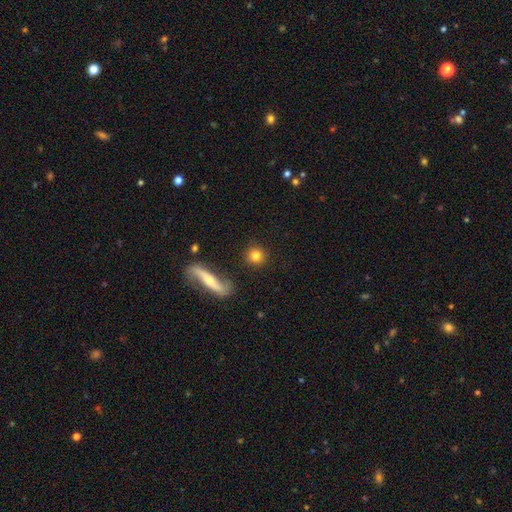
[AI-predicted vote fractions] Smooth or featured? Predicted: smooth (p=0.80). How rounded? Predicted: round (p=0.91). Merging? Predicted: none (p=0.88).